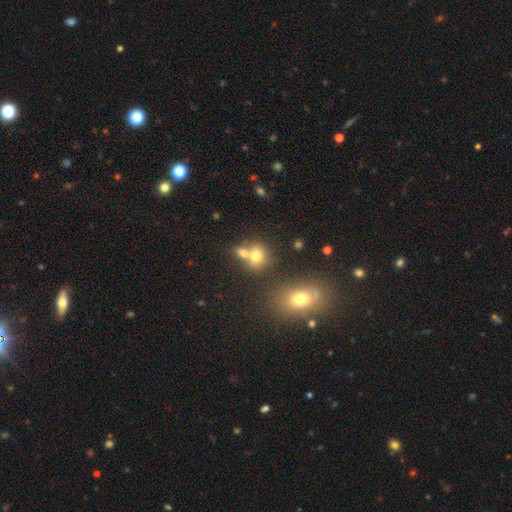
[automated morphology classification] The model was most divided on "merging": merger: 47%, none: 40%, minor disturbance: 9%, major disturbance: 4%. More confident: smooth or featured — smooth (74%); how rounded — round (70%).